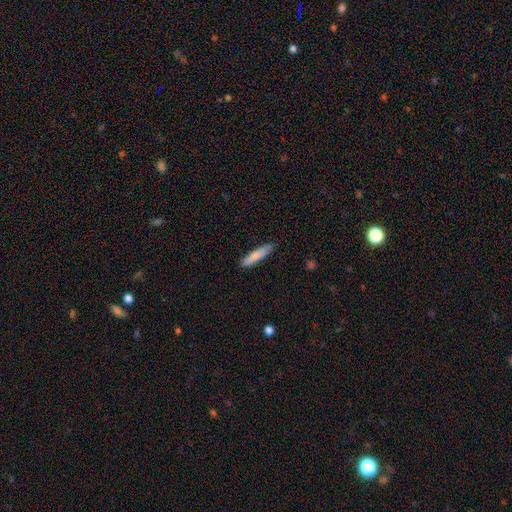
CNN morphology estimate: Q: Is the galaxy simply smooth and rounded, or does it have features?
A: smooth — 82%.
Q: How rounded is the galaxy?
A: cigar-shaped — 86%.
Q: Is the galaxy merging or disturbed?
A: none — 84%.